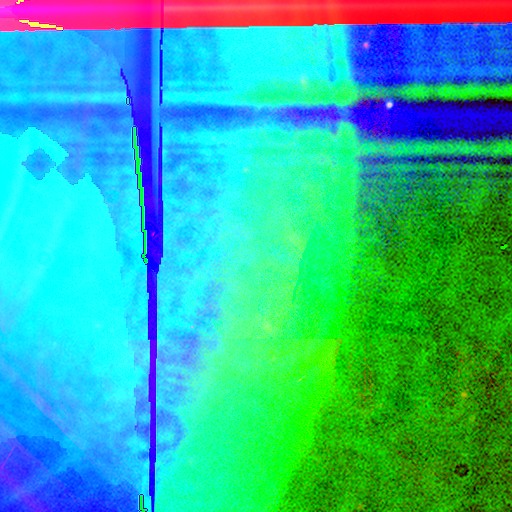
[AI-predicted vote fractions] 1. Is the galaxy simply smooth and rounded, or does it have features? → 82% star or artifact, 10% featured or disk, 7% smooth.